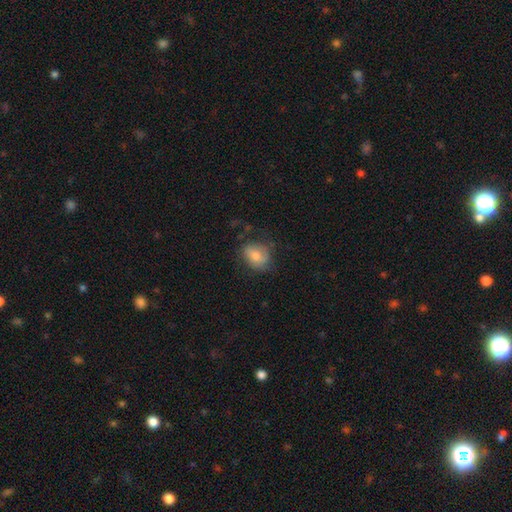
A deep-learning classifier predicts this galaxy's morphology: This is likely a smooth galaxy (67%). How rounded: possibly in between (50%). Merging: likely none (64%).